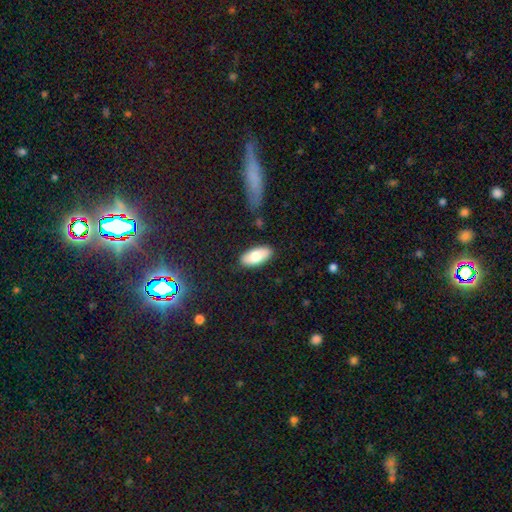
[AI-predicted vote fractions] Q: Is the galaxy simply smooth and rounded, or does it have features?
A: smooth — 78%.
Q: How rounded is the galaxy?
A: in between — 90%.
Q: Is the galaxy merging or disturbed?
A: none — 85%.